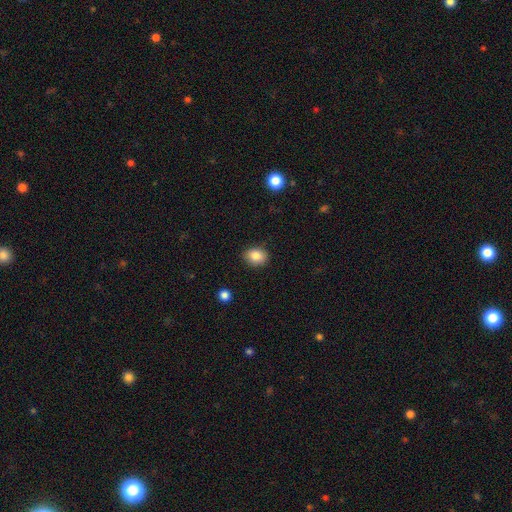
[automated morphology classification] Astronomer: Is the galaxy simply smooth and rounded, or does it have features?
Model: smooth — 85%.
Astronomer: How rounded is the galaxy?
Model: round — 54% (runner-up: in between, 45%).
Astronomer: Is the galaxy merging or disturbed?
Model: none — 87%.